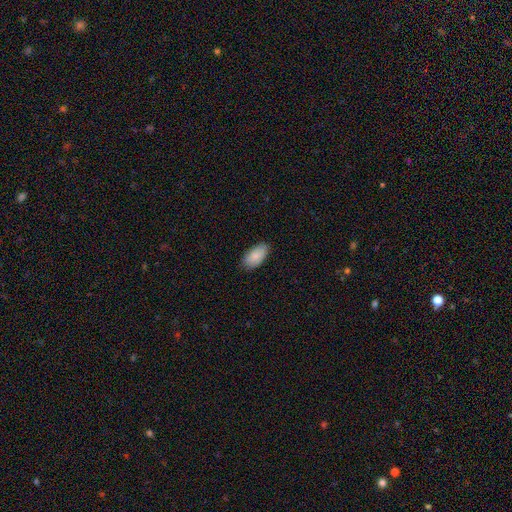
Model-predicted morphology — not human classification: Overall: smooth (88%). How rounded: in between (95%). Merging: none (84%).